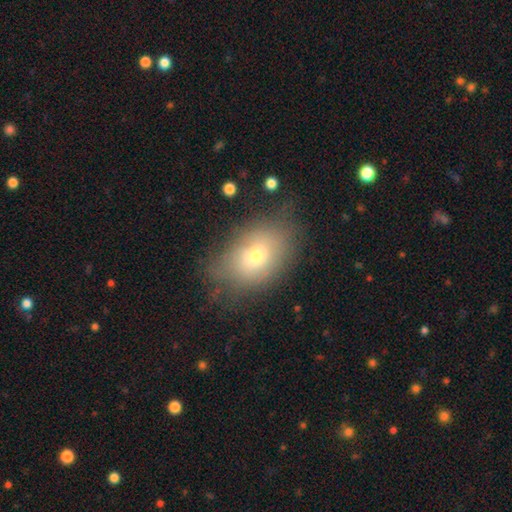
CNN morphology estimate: Smooth or featured?
  - smooth: 66% *
  - featured or disk: 21%
  - star or artifact: 13%
How rounded?
  - in between: 77% *
  - round: 21%
  - cigar-shaped: 2%
Merging?
  - none: 65% *
  - minor disturbance: 23%
  - major disturbance: 10%
  - merger: 2%